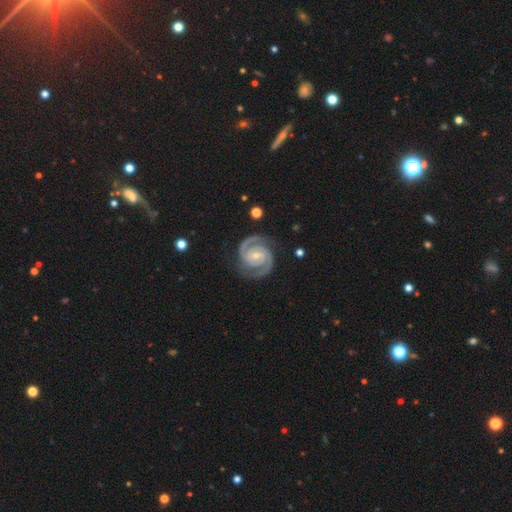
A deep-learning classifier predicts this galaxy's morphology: smooth-or-featured: featured or disk: 94% | star or artifact: 4% | smooth: 2%
  disk-edge-on: no: 98% | yes: 2%
    bar: no: 43% | weak: 37% | strong: 20%
    has-spiral-arms: yes: 99% | no: 1%
      spiral-winding: tight: 69% | medium: 28% | loose: 3%
      spiral-arm-count: 2: 93% | 3: 3% | can't tell: 1% | 4: 1% | 1: 1% | more than 4: 1%
    bulge-size: small: 64% | moderate: 33% | none: 2% | large: 1% | dominant: 1%
  merging: none: 84% | minor disturbance: 12% | major disturbance: 3% | merger: 1%